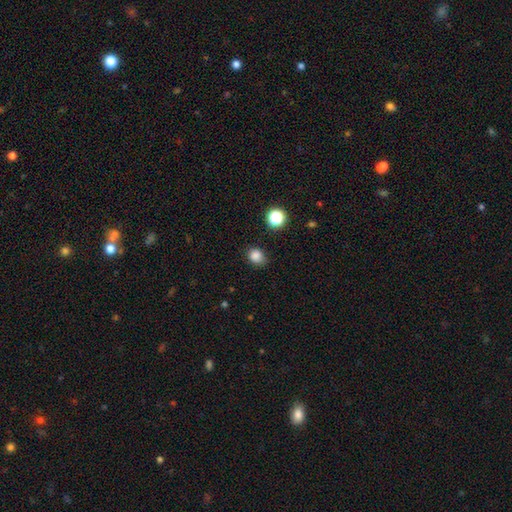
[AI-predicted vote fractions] Q: Smooth or featured?
A: smooth (83%); runner-up: star or artifact (13%)
Q: How rounded?
A: round (61%); runner-up: in between (38%)
Q: Merging?
A: none (78%); runner-up: minor disturbance (16%)